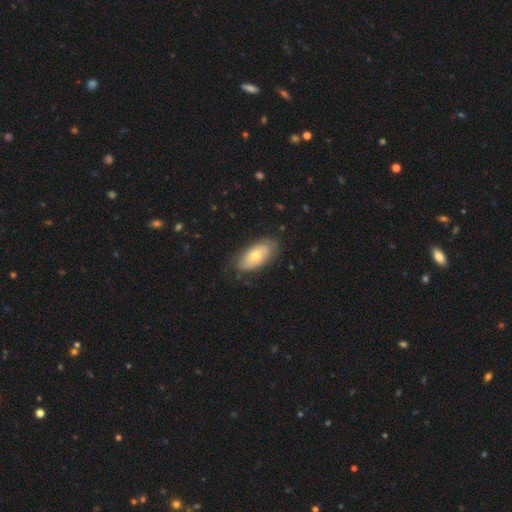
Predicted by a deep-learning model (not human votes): This is possibly a smooth galaxy (60%). How rounded: clearly in between (91%). Merging: likely none (76%).